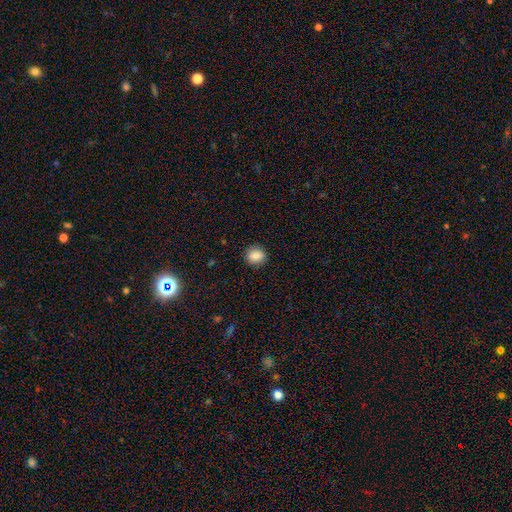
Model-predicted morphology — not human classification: Q: Smooth or featured?
A: smooth (85%); runner-up: star or artifact (10%)
Q: How rounded?
A: round (79%); runner-up: in between (20%)
Q: Merging?
A: none (90%); runner-up: minor disturbance (7%)